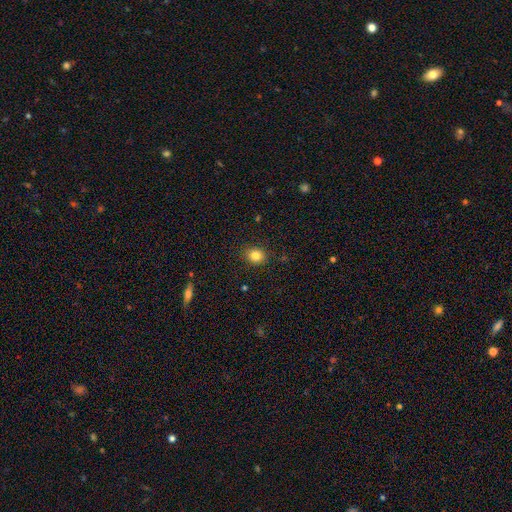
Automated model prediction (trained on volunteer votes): smooth 83%, star or artifact 11%, featured or disk 6%. Down the decision tree: how rounded — round (69%); merging — none (89%).